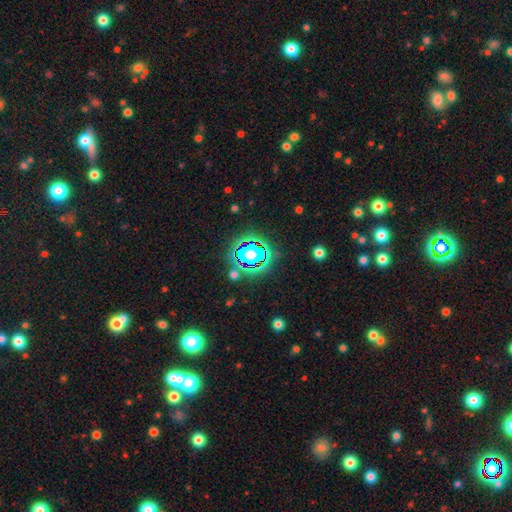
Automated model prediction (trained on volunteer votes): The model was most divided on "smooth or featured": star or artifact: 78%, smooth: 14%, featured or disk: 8%.